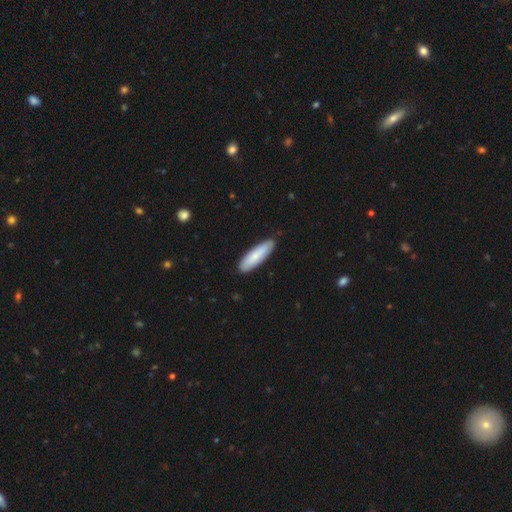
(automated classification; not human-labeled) Smooth or featured? smooth (79%)
How rounded? cigar-shaped (62%)
Merging? none (87%)